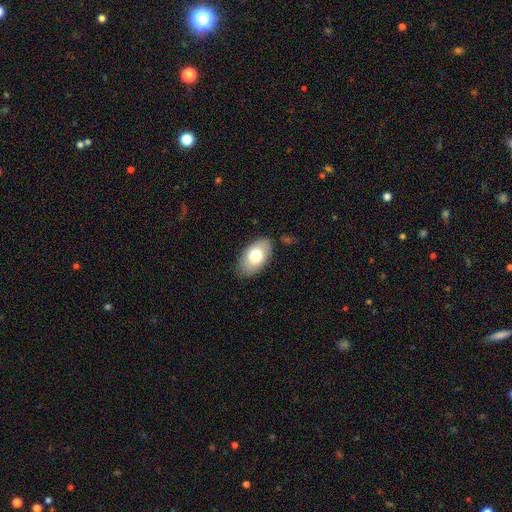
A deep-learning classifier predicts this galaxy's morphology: Q: Smooth or featured?
A: smooth (73%); runner-up: featured or disk (20%)
Q: How rounded?
A: in between (93%); runner-up: round (5%)
Q: Merging?
A: none (84%); runner-up: minor disturbance (12%)